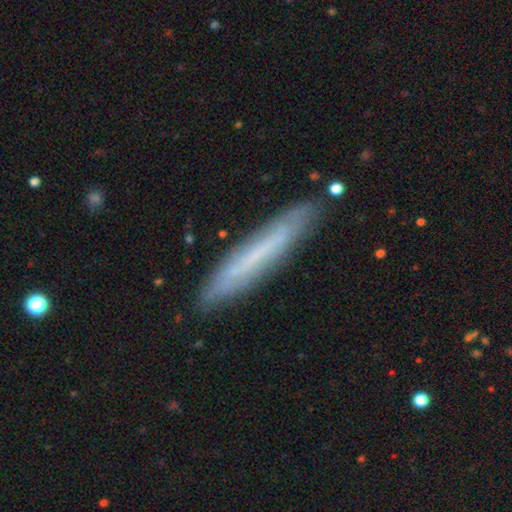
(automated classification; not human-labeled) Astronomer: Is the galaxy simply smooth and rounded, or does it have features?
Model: smooth — 49% (runner-up: featured or disk, 43%).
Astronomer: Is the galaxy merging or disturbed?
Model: none — 85%.